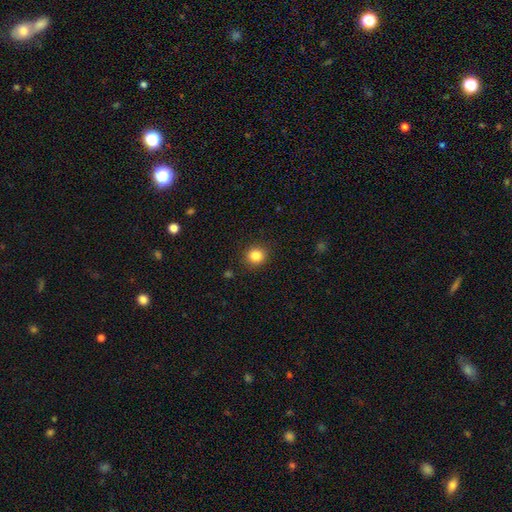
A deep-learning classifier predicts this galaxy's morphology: The model was most divided on "smooth or featured": smooth: 85%, star or artifact: 11%, featured or disk: 5%. More confident: merging — none (90%); how rounded — round (87%).